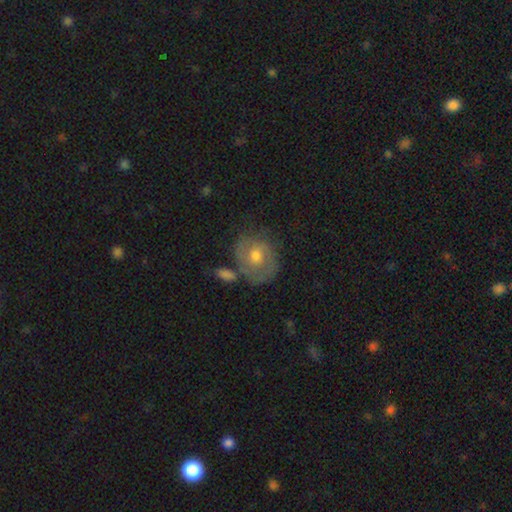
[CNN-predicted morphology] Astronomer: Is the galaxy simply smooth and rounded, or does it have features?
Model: featured or disk — 52% (runner-up: smooth, 40%).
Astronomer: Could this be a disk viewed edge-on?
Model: no — 96%.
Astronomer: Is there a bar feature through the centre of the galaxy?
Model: no — 78%.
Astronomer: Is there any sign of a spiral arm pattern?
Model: yes — 60% (runner-up: no, 40%).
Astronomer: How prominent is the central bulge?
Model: moderate — 76%.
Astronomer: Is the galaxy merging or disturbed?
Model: none — 61%.